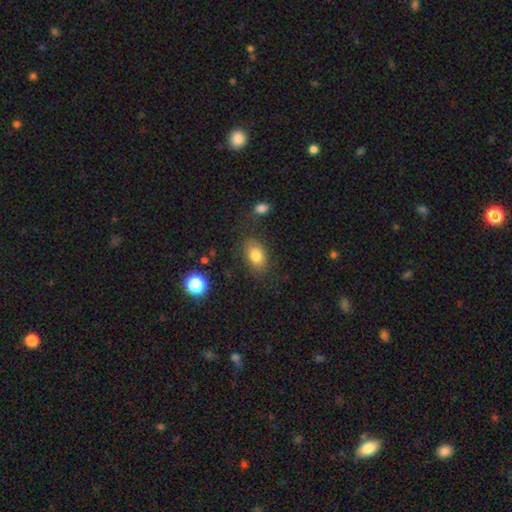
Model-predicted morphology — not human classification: smooth-or-featured: smooth: 79% | featured or disk: 11% | star or artifact: 9%
  how-rounded: in between: 84% | round: 14% | cigar-shaped: 1%
  merging: none: 75% | minor disturbance: 16% | major disturbance: 6% | merger: 3%